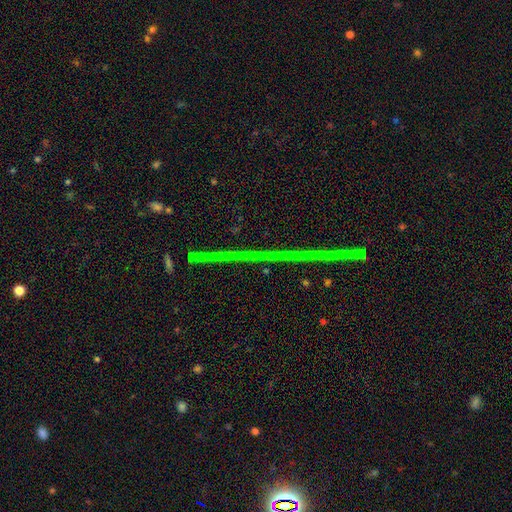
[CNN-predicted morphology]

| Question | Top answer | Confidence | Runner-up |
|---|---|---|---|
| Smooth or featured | star or artifact | 78% | featured or disk (15%) |